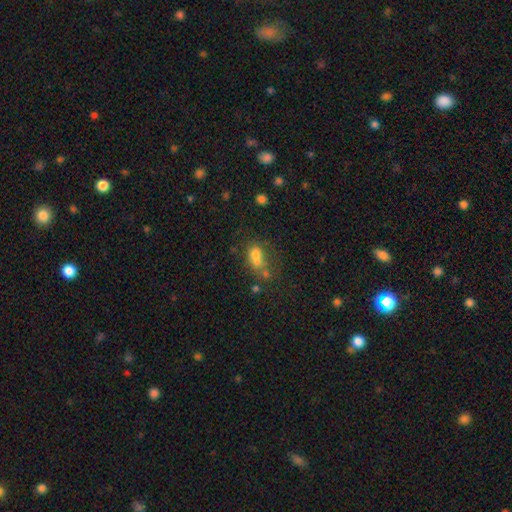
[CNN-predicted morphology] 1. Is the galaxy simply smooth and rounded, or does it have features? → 65% smooth, 19% featured or disk, 17% star or artifact.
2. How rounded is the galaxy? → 65% in between, 30% round, 4% cigar-shaped.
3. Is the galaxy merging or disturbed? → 46% merger, 29% none, 14% minor disturbance, 12% major disturbance.